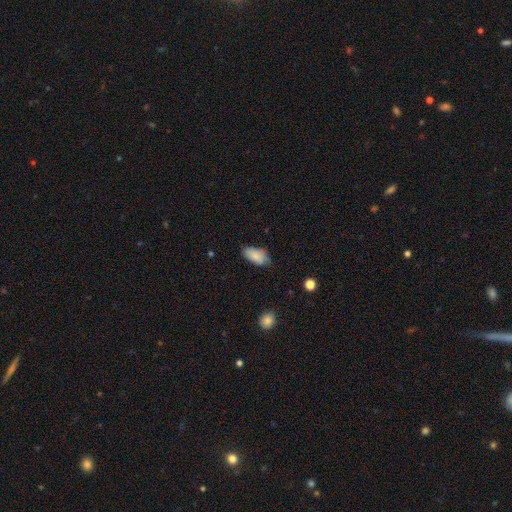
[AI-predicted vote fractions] Smooth or featured? Predicted: smooth (p=0.85). How rounded? Predicted: in between (p=0.93). Merging? Predicted: none (p=0.62).